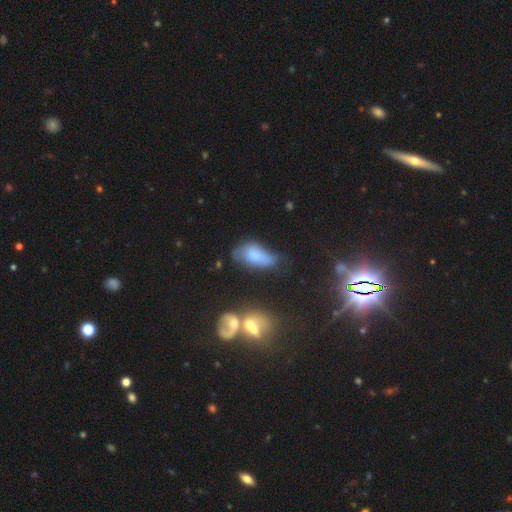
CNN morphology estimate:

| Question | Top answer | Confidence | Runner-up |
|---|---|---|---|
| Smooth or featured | smooth | 63% | featured or disk (27%) |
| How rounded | in between | 89% | cigar-shaped (6%) |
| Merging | minor disturbance | 33% | major disturbance (27%) |